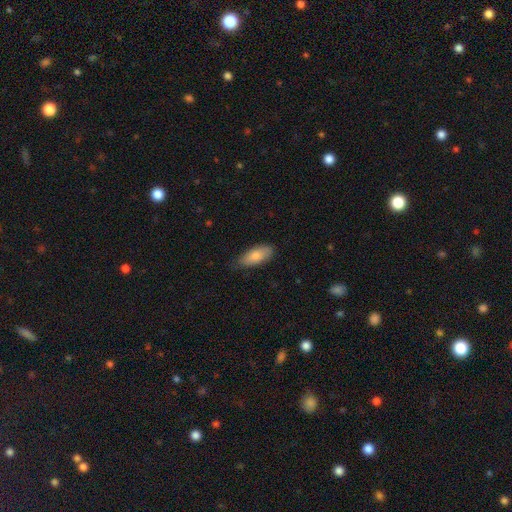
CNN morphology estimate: Smooth or featured: smooth — 82% (featured or disk — 12%)
How rounded: in between — 85% (cigar-shaped — 13%)
Merging: none — 75% (minor disturbance — 21%)